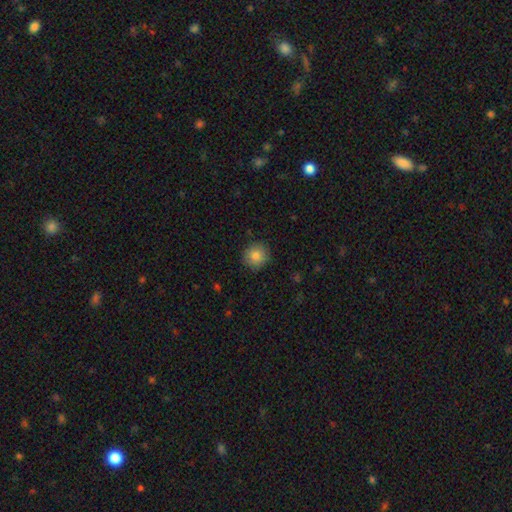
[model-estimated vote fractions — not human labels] Smooth or featured? smooth (84%)
How rounded? round (91%)
Merging? none (89%)